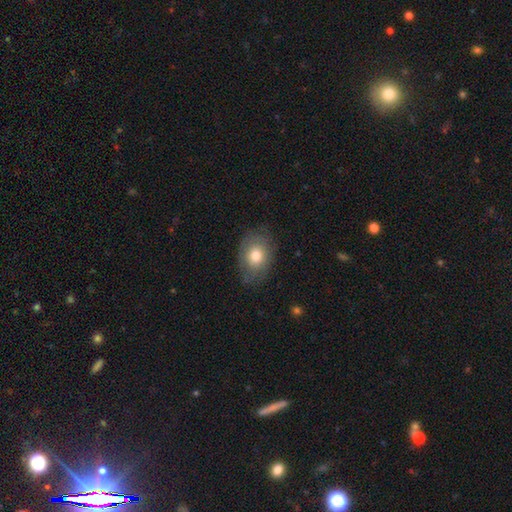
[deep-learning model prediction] This appears to be a smooth galaxy with no disk features (73%) that is in between round and cigar-shaped (73%). Merging: none (76%).